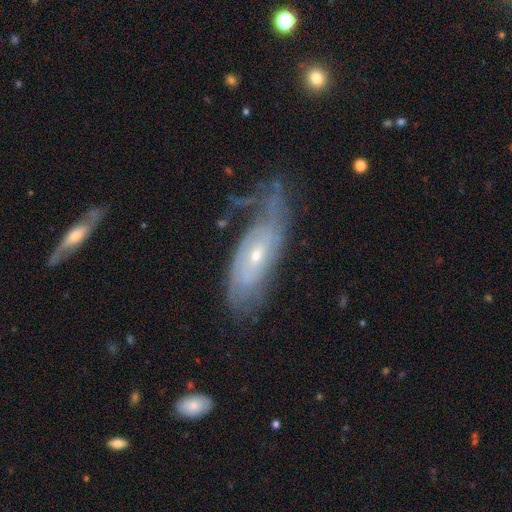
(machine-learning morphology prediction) type=featured or disk (76%); edge-on=no (86%); bar=no (63%); spiral arms=yes (81%); winding=tight (56%); arm count=can't tell (53%); bulge=small (65%); merging=none (43%).